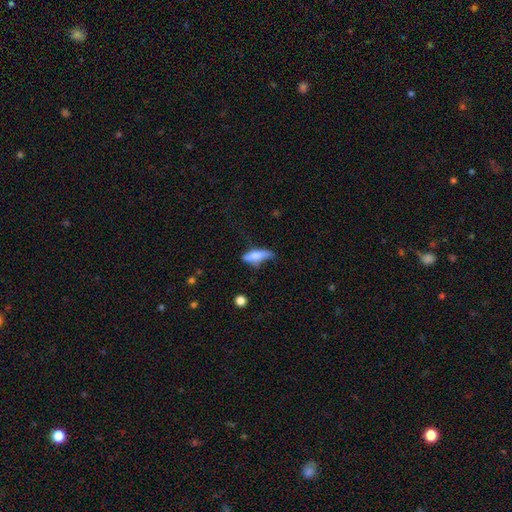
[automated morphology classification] The model was most divided on "how rounded": in between: 53%, cigar-shaped: 44%, round: 3%. Remaining: smooth or featured — smooth (68%); merging — none (48%).